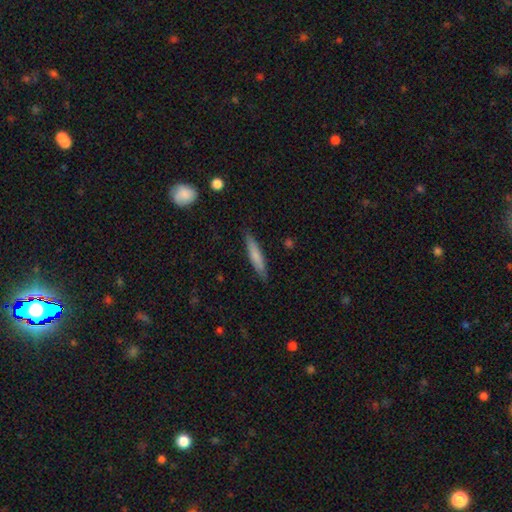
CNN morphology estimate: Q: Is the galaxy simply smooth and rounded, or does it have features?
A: smooth — 73%.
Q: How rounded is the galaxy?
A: cigar-shaped — 90%.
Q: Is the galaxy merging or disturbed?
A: none — 87%.